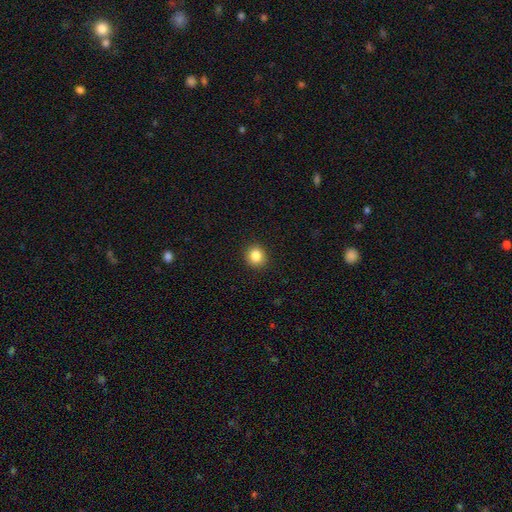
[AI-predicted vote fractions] Overall: smooth (85%). How rounded: round (84%). Merging: none (91%).